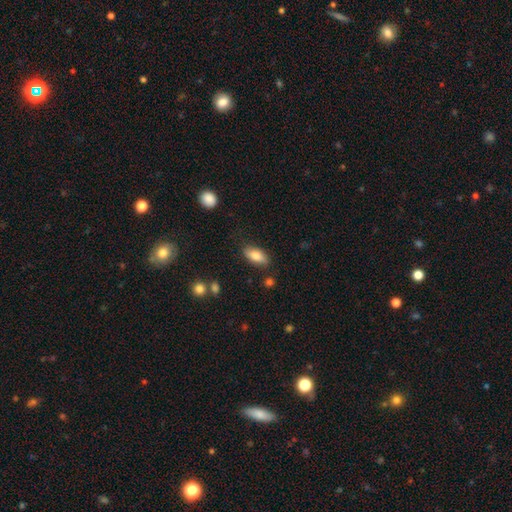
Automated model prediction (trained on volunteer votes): smooth_or_featured: smooth (p=0.79) [alt: featured or disk p=0.14]
how_rounded: in between (p=0.85) [alt: cigar-shaped p=0.12]
merging: none (p=0.82) [alt: minor disturbance p=0.13]